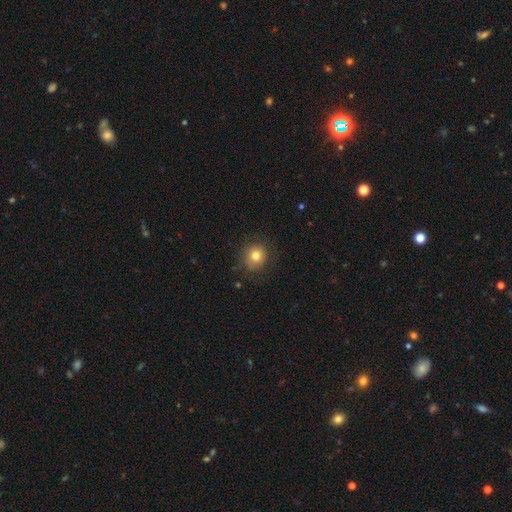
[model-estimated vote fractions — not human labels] Overall: smooth (78%). How rounded: round (88%). Merging: none (82%).